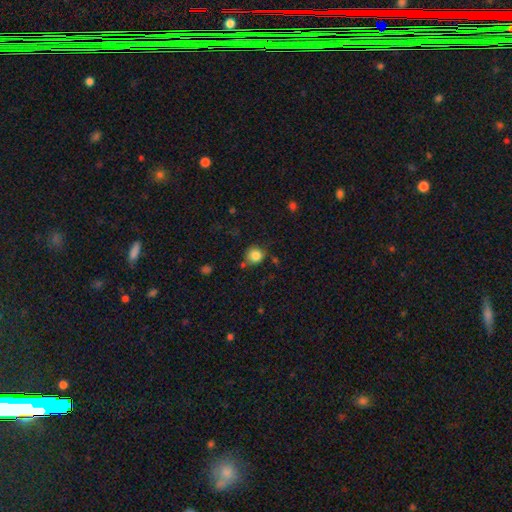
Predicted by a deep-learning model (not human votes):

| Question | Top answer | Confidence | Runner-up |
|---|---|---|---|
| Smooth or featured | smooth | 83% | star or artifact (10%) |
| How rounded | round | 84% | in between (15%) |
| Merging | none | 69% | minor disturbance (19%) |